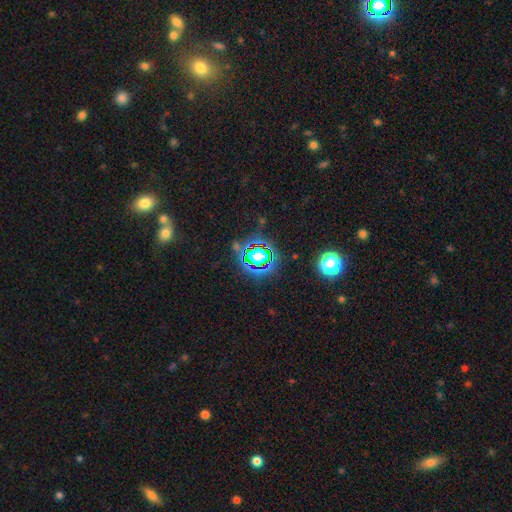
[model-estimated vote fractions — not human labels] This appears to be a star or artifact, not a galaxy (75%).